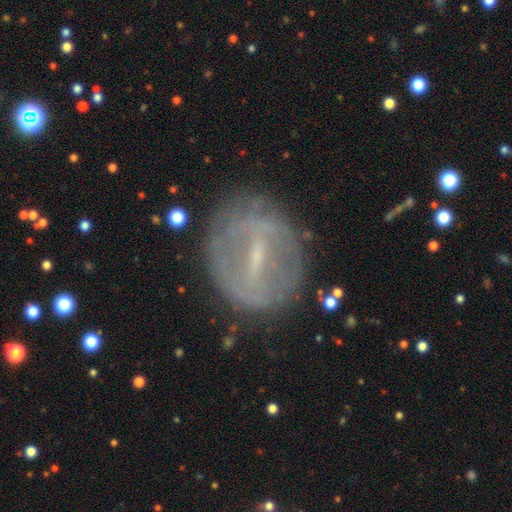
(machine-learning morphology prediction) The model was most divided on "spiral arms": no: 56%, yes: 44%. More confident: edge-on disk — no (90%); merging — none (77%); smooth or featured — featured or disk (71%); bulge size — small (66%); bar — strong (58%).